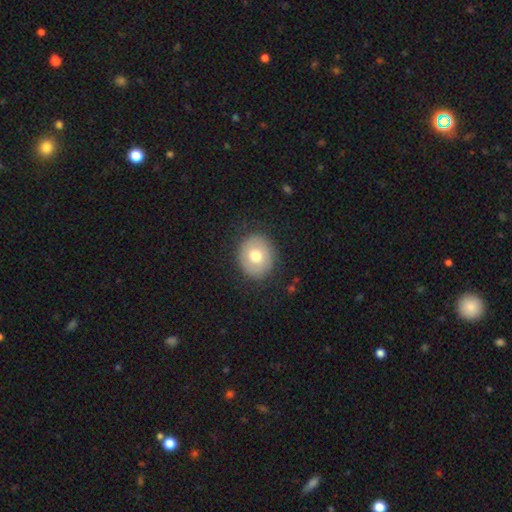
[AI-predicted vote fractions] A smooth galaxy with no disk features (67%) that is round (73%). Merging: none (84%).